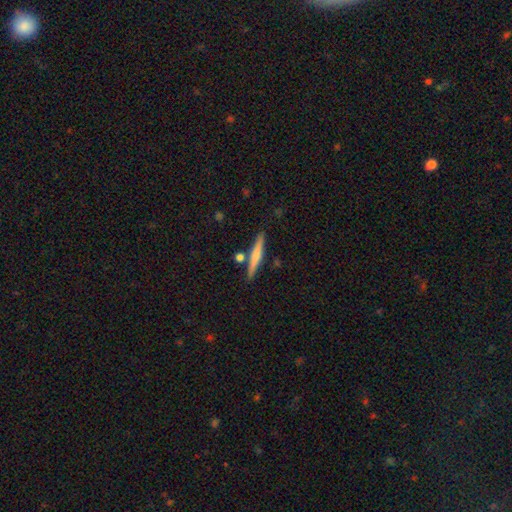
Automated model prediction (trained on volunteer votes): Smooth or featured?
  - smooth: 55% *
  - featured or disk: 40%
  - star or artifact: 6%
How rounded?
  - cigar-shaped: 93% *
  - in between: 5%
  - round: 2%
Merging?
  - none: 81% *
  - minor disturbance: 9%
  - merger: 8%
  - major disturbance: 2%